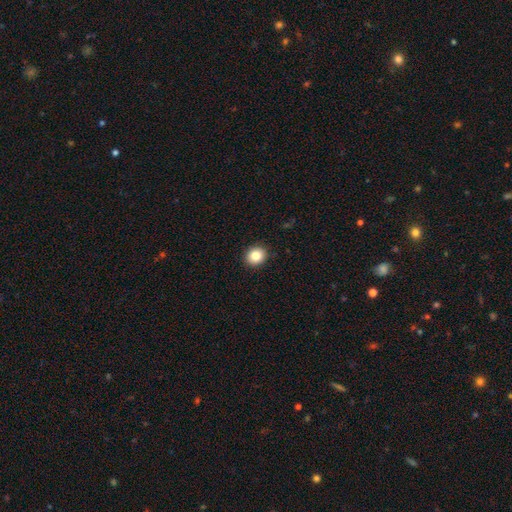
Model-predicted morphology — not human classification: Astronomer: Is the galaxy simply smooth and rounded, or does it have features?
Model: smooth — 84%.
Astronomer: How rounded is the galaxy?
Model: round — 77%.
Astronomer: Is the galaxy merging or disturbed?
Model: none — 92%.